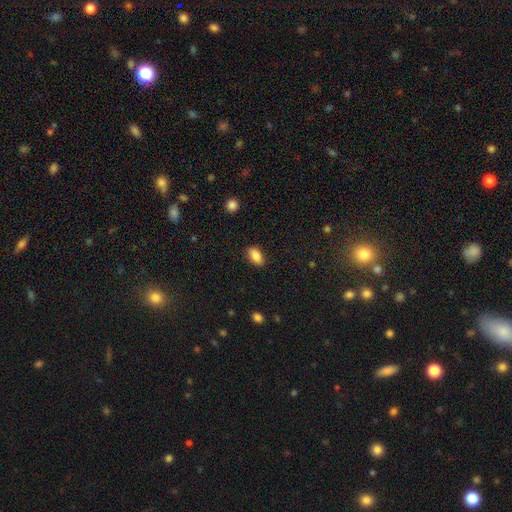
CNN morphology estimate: smooth_or_featured: smooth (p=0.85) [alt: star or artifact p=0.08]
how_rounded: in between (p=0.89) [alt: cigar-shaped p=0.06]
merging: none (p=0.86) [alt: minor disturbance p=0.10]